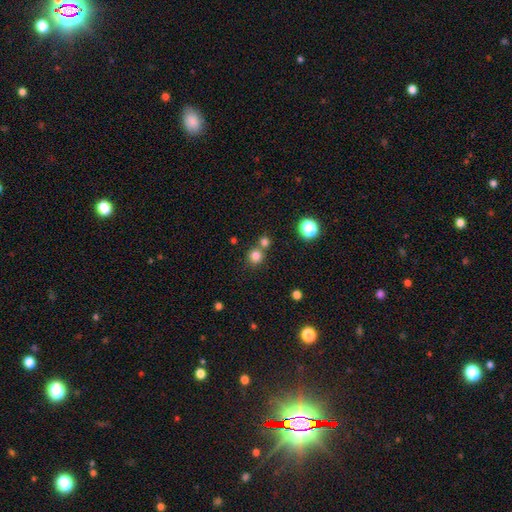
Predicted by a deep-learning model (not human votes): This is likely a smooth galaxy (79%). How rounded: clearly round (90%). Merging: likely none (63%).